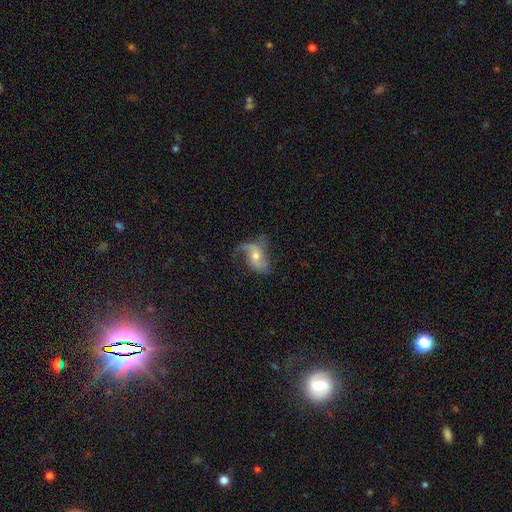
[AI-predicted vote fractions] A featured or disk galaxy (76%) with no bar (61%), 2 (76%) loose (65%) spiral arms (92%) and a moderate central bulge (62%).

Vote fractions:
- Smooth or featured? featured or disk: 76% / smooth: 16% / star or artifact: 8%
- Edge-on disk? no: 96% / yes: 4%
- Bar? no: 61% / weak: 29% / strong: 10%
- Spiral arms? yes: 92% / no: 8%
- Spiral winding? loose: 65% / medium: 27% / tight: 8%
- Spiral arm count? 2: 76% / 1: 9% / can't tell: 6% / 3: 5% / 4: 2% / more than 4: 2%
- Bulge size? moderate: 62% / small: 32% / large: 4% / none: 2% / dominant: 1%
- Merging? none: 53% / minor disturbance: 25% / major disturbance: 20% / merger: 2%